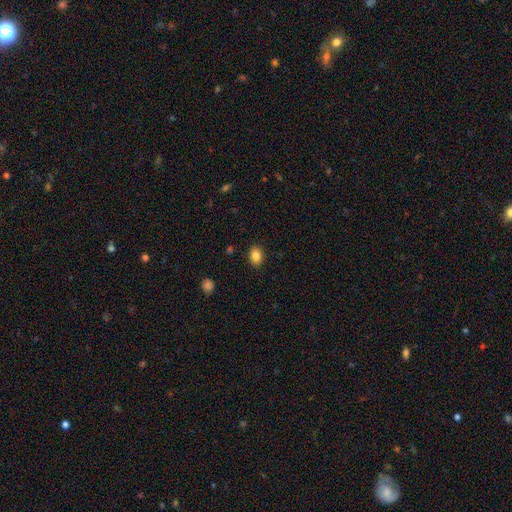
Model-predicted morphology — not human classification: Smooth or featured: smooth — 86% (star or artifact — 9%)
How rounded: in between — 73% (round — 26%)
Merging: none — 88% (minor disturbance — 9%)